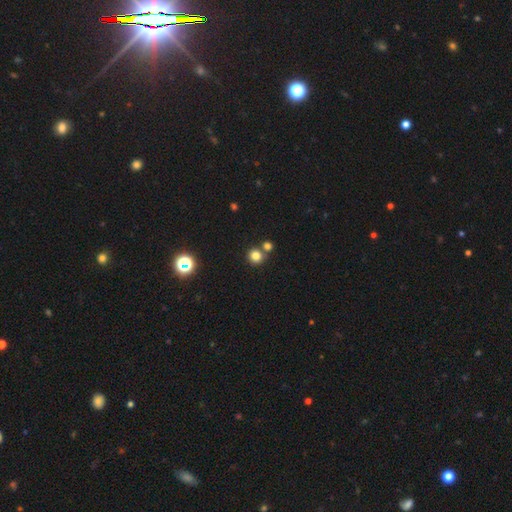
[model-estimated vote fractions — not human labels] A smooth galaxy with no disk features (79%) that is round (92%). Merging: none (68%).